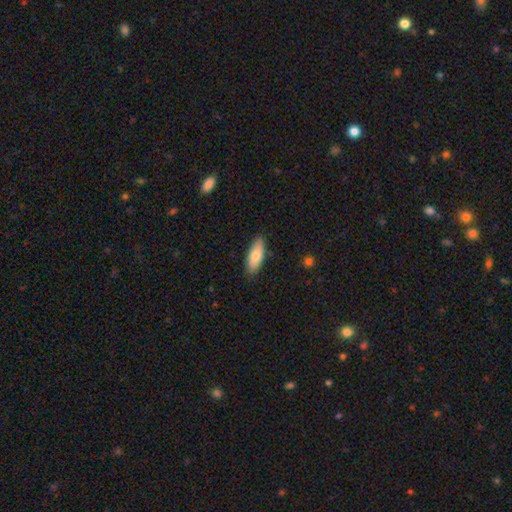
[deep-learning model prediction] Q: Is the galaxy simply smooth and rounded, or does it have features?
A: smooth — 80%.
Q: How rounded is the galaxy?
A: in between — 71%.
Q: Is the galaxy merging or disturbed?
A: none — 87%.